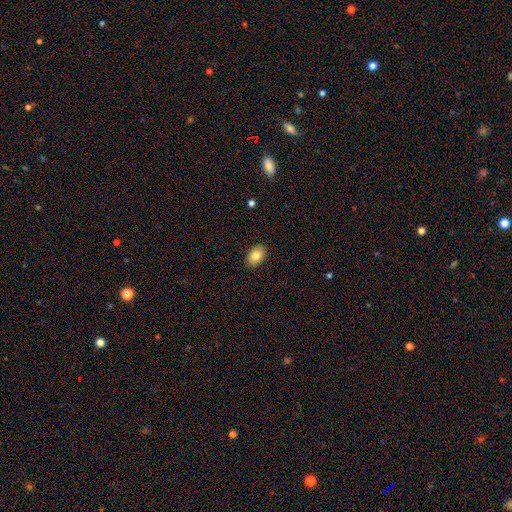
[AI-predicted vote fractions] A smooth galaxy with no disk features (83%) that is in between round and cigar-shaped (86%).

Vote fractions:
- Smooth or featured? smooth: 83% / featured or disk: 10% / star or artifact: 7%
- How rounded? in between: 86% / round: 13% / cigar-shaped: 1%
- Merging? none: 89% / minor disturbance: 8% / major disturbance: 2% / merger: 1%